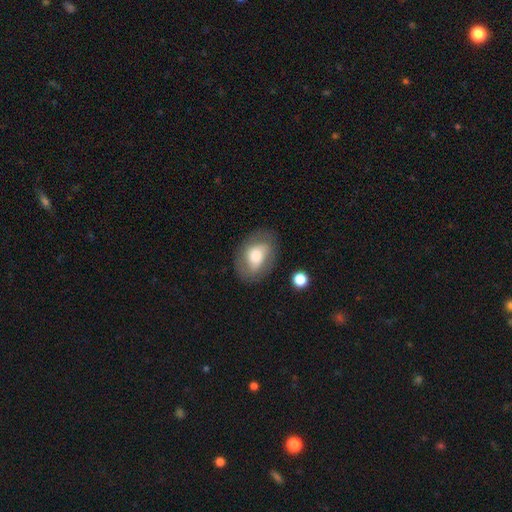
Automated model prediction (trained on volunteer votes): Morphology: type=smooth (54%); roundness=in between (76%); merging=none (73%).